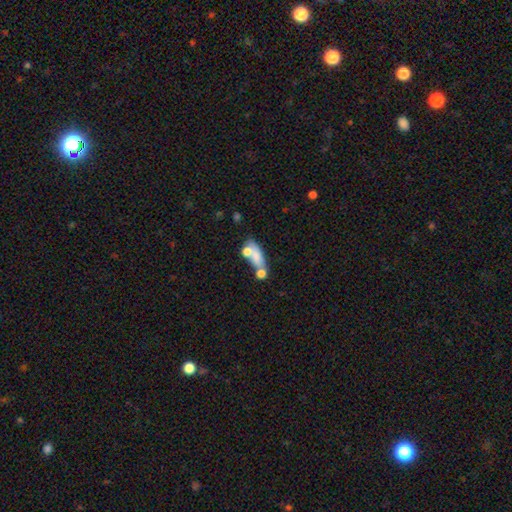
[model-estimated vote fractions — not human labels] This appears to be a smooth galaxy with no disk features (63%) that is in between round and cigar-shaped (71%). Merging: merger (42%).